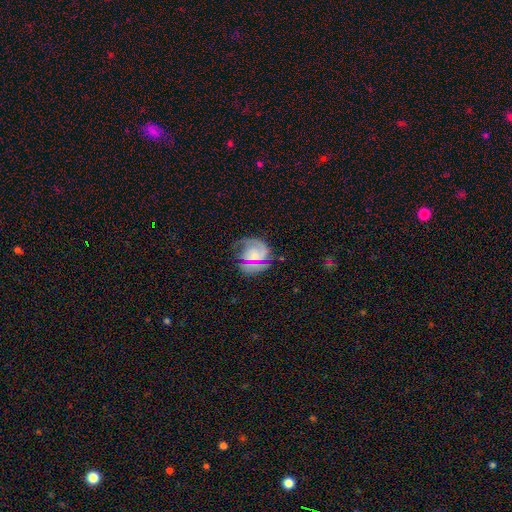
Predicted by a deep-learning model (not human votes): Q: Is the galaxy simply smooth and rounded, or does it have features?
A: featured or disk — 61%.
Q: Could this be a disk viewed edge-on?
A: no — 97%.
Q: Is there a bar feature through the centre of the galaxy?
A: no — 63%.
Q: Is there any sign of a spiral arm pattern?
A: yes — 87%.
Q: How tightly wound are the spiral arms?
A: tight — 49%.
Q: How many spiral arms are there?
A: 2 — 55%.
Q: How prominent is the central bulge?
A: moderate — 38%.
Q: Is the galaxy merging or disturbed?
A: none — 62%.